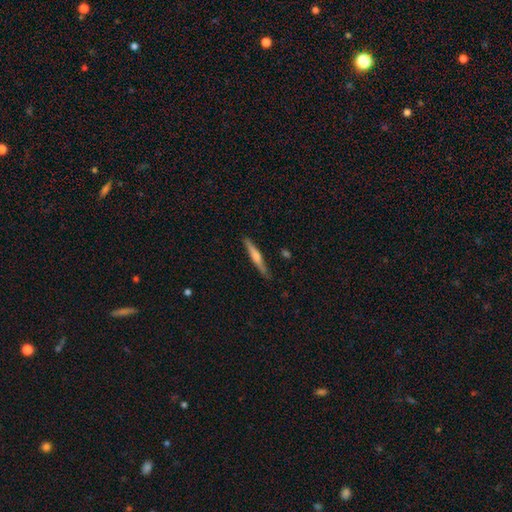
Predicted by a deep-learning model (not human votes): This appears to be a featured or disk galaxy (55%) viewed edge-on (97%) with a rounded central bulge (66%). Merging: none (86%).